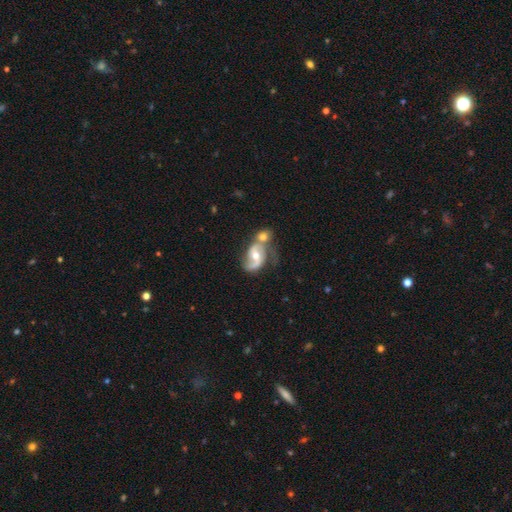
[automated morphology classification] A featured or disk galaxy (81%) with no bar (46%), 2 (83%) medium (48%) spiral arms (92%) and a moderate central bulge (72%).

Vote fractions:
- Smooth or featured? featured or disk: 81% / smooth: 14% / star or artifact: 6%
- Edge-on disk? no: 97% / yes: 3%
- Bar? no: 46% / weak: 39% / strong: 16%
- Spiral arms? yes: 92% / no: 8%
- Spiral winding? medium: 48% / loose: 35% / tight: 17%
- Spiral arm count? 2: 83% / 1: 9% / can't tell: 5% / 3: 1% / 4: 1% / more than 4: 1%
- Bulge size? moderate: 72% / small: 20% / large: 6% / none: 1% / dominant: 1%
- Merging? merger: 48% / none: 28% / minor disturbance: 14% / major disturbance: 10%